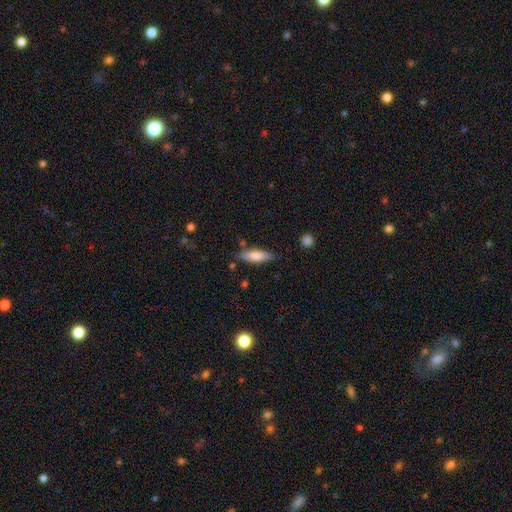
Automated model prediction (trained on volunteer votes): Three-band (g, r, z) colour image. It shows a smooth galaxy with no disk features (76%) that is cigar-shaped (50%). Merging: none (80%).